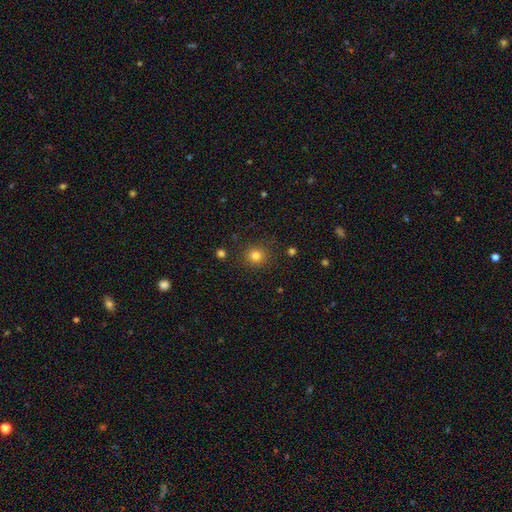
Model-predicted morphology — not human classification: Smooth or featured? Predicted: smooth (p=0.81). How rounded? Predicted: round (p=0.91). Merging? Predicted: none (p=0.88).